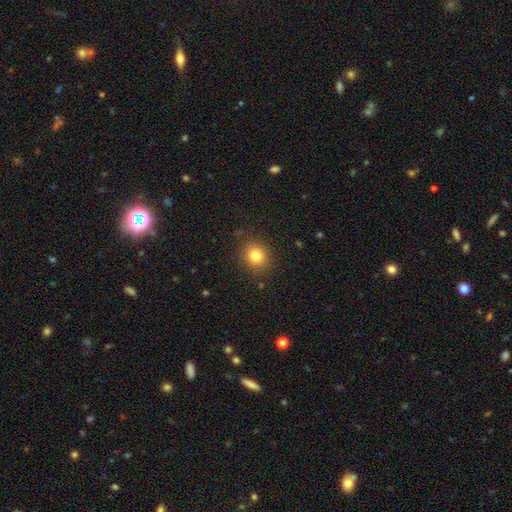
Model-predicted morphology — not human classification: smooth-or-featured: smooth: 81% | star or artifact: 12% | featured or disk: 7%
  how-rounded: round: 81% | in between: 18% | cigar-shaped: 1%
  merging: none: 87% | minor disturbance: 9% | major disturbance: 3% | merger: 1%